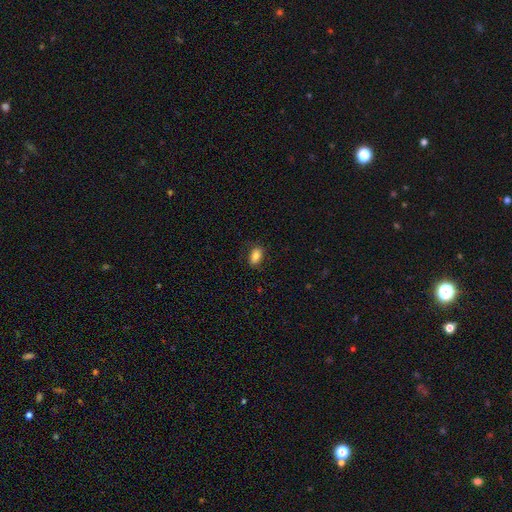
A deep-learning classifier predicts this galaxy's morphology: smooth_or_featured: smooth (p=0.82) [alt: featured or disk p=0.09]
how_rounded: in between (p=0.88) [alt: round p=0.10]
merging: none (p=0.82) [alt: minor disturbance p=0.14]